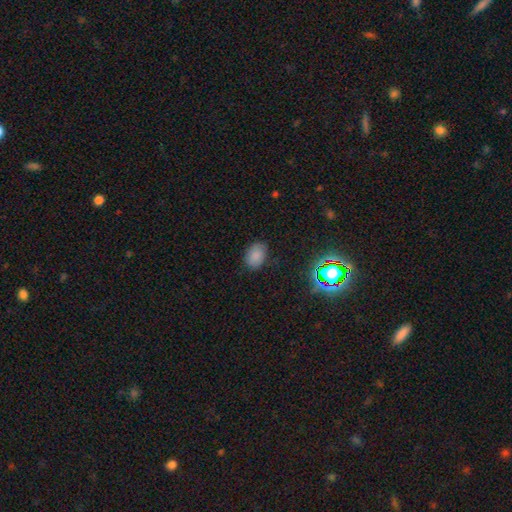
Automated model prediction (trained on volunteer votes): Smooth or featured?
  - smooth: 80% *
  - star or artifact: 14%
  - featured or disk: 6%
How rounded?
  - in between: 81% *
  - round: 18%
  - cigar-shaped: 1%
Merging?
  - none: 81% *
  - minor disturbance: 14%
  - major disturbance: 3%
  - merger: 1%